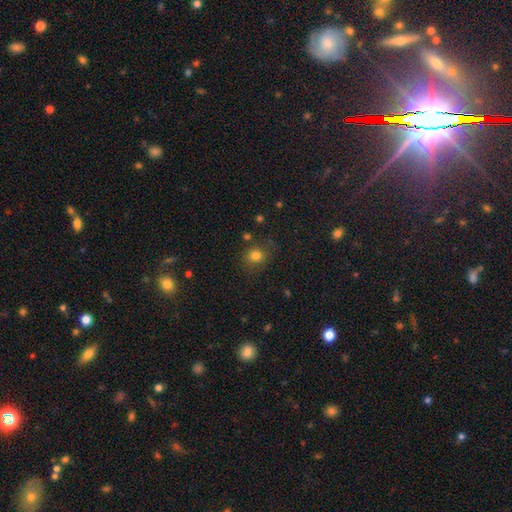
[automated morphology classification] smooth-or-featured: smooth: 79% | star or artifact: 14% | featured or disk: 6%
  how-rounded: round: 78% | in between: 22% | cigar-shaped: 1%
  merging: none: 78% | minor disturbance: 13% | major disturbance: 5% | merger: 4%